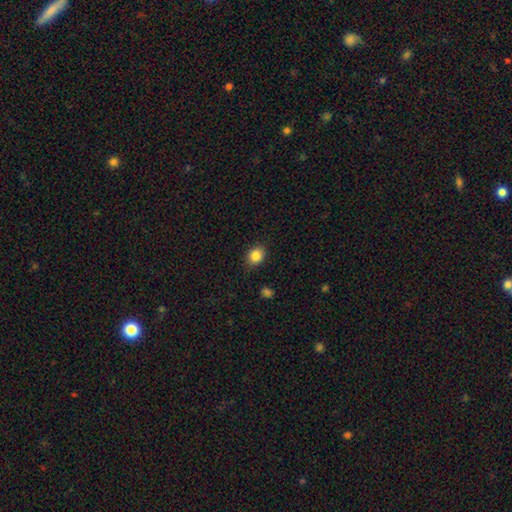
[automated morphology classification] Smooth or featured: smooth — 85% (star or artifact — 10%)
How rounded: round — 54% (in between — 45%)
Merging: none — 86% (minor disturbance — 10%)